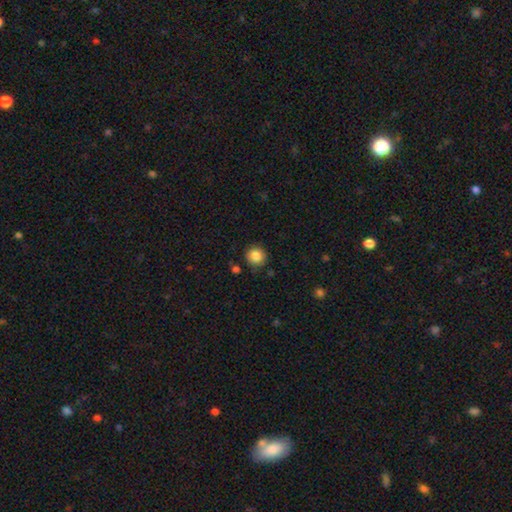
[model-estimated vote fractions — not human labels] The model was most divided on "smooth or featured": smooth: 85%, star or artifact: 10%, featured or disk: 5%. More confident: how rounded — round (92%); merging — none (87%).